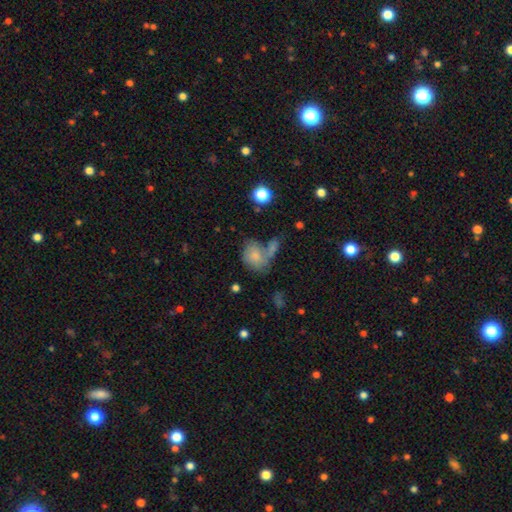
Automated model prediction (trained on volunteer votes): Smooth or featured? Predicted: smooth (p=0.68). How rounded? Predicted: in between (p=0.53). Merging? Predicted: merger (p=0.39).